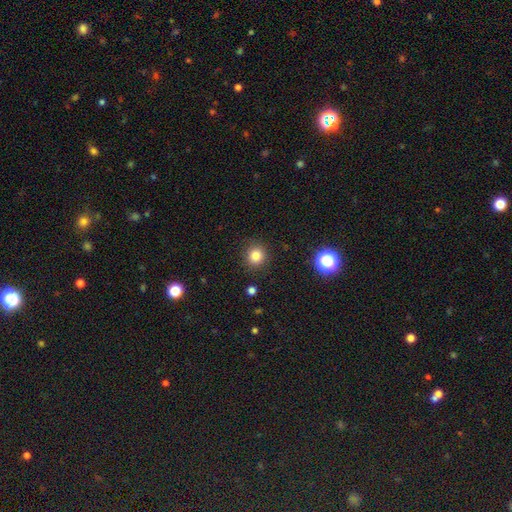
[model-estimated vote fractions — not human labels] A smooth galaxy with no disk features (81%) that is round (91%).

Vote fractions:
- Smooth or featured? smooth: 81% / star or artifact: 13% / featured or disk: 5%
- How rounded? round: 91% / in between: 8% / cigar-shaped: 1%
- Merging? none: 90% / minor disturbance: 7% / major disturbance: 2% / merger: 1%